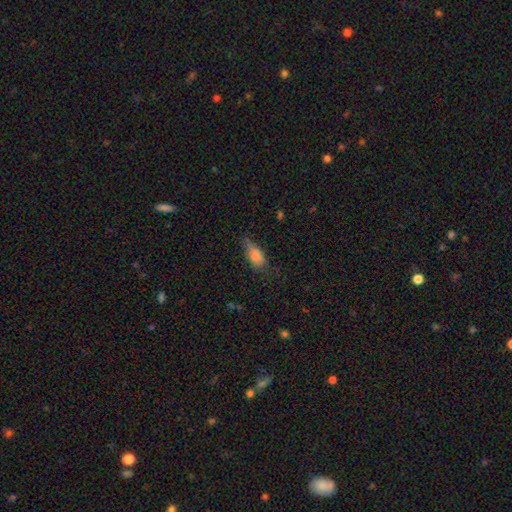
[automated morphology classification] A smooth galaxy with no disk features (78%) that is in between round and cigar-shaped (84%). Merging: minor disturbance (40%, tied with none).